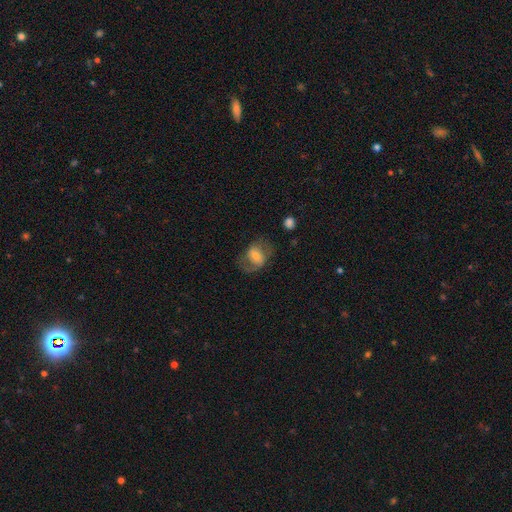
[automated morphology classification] Smooth or featured: smooth — 47% (featured or disk — 45%)
Merging: none — 53% (major disturbance — 24%)